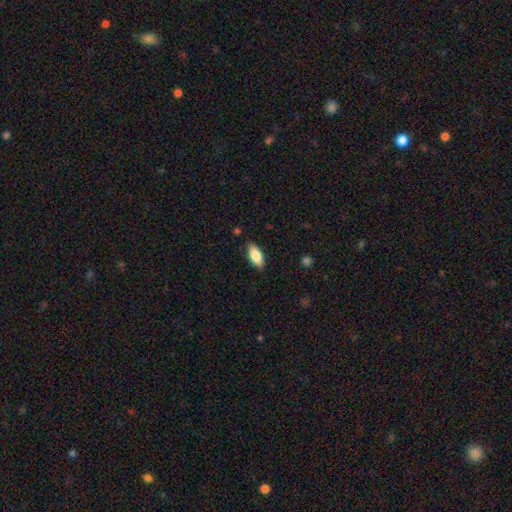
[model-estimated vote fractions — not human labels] Smooth or featured? smooth (81%)
How rounded? in between (86%)
Merging? none (85%)